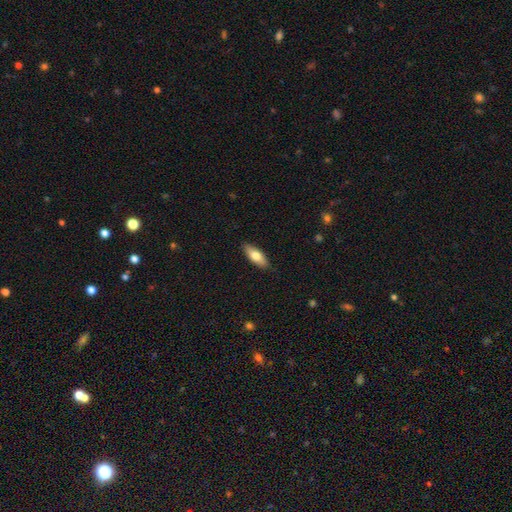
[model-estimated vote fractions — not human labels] Smooth or featured? Predicted: smooth (p=0.75). How rounded? Predicted: in between (p=0.72). Merging? Predicted: none (p=0.88).